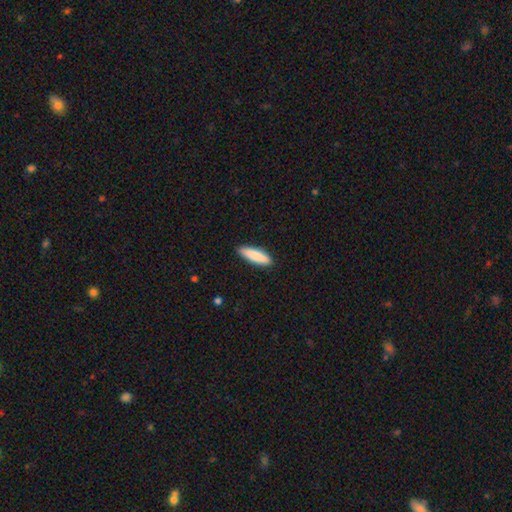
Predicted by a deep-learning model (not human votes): Smooth or featured?
  - smooth: 87% *
  - featured or disk: 8%
  - star or artifact: 5%
How rounded?
  - cigar-shaped: 64% *
  - in between: 34%
  - round: 1%
Merging?
  - none: 90% *
  - minor disturbance: 8%
  - major disturbance: 2%
  - merger: 1%